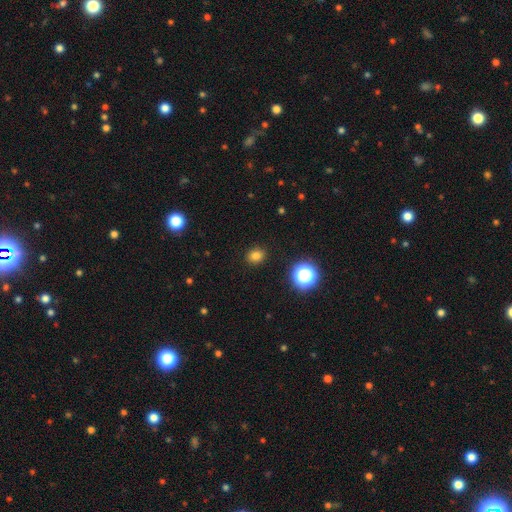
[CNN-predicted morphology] This is likely a smooth galaxy (79%). How rounded: likely round (63%). Merging: clearly none (90%).